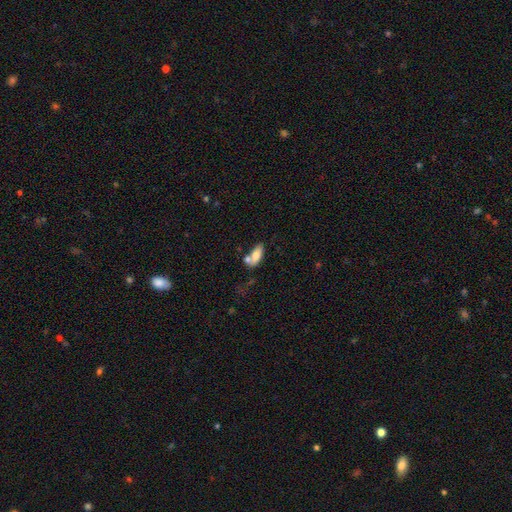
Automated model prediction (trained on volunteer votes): Morphology: type=smooth (75%); roundness=in between (81%); merging=none (42%).